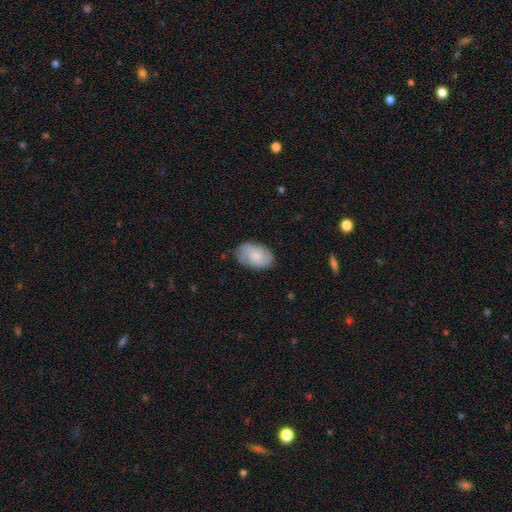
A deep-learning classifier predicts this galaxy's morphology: This is likely a smooth galaxy (66%). How rounded: clearly in between (90%). Merging: likely none (73%).